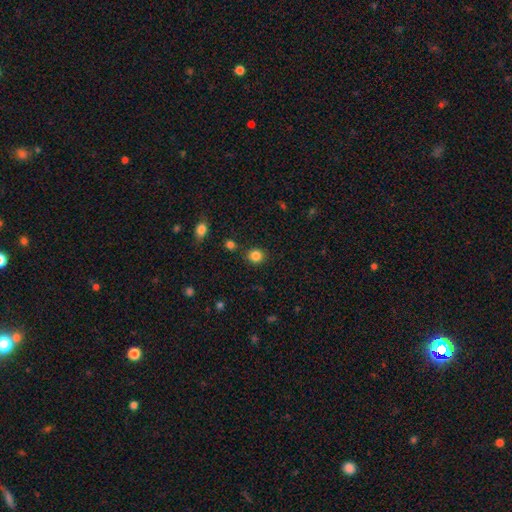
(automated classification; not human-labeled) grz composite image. It shows a smooth galaxy with no disk features (84%) that is round (83%). Merging: none (86%).